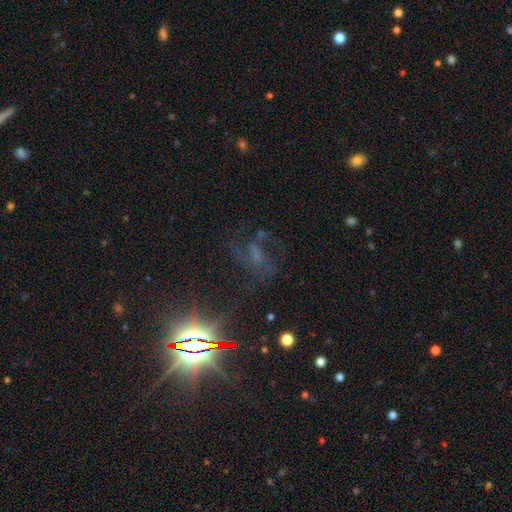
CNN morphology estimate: The model was most divided on "smooth or featured": featured or disk: 45%, star or artifact: 38%, smooth: 17%. More confident: merging — none (51%).